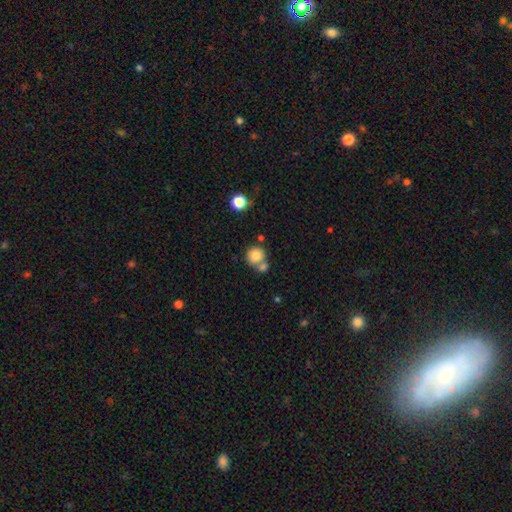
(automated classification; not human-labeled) This appears to be a smooth galaxy with no disk features (82%) that is round (87%). Merging: none (51%).